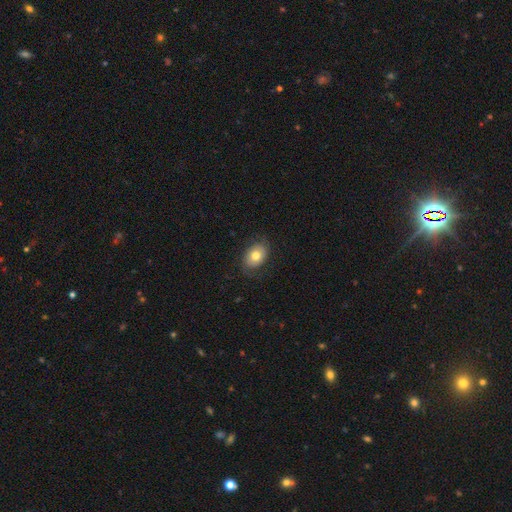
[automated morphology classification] Smooth or featured?
  - smooth: 70% *
  - featured or disk: 22%
  - star or artifact: 8%
How rounded?
  - in between: 73% *
  - round: 26%
  - cigar-shaped: 1%
Merging?
  - none: 77% *
  - minor disturbance: 16%
  - major disturbance: 6%
  - merger: 1%